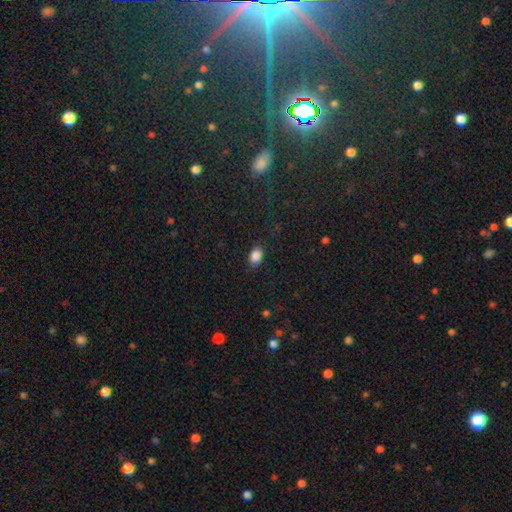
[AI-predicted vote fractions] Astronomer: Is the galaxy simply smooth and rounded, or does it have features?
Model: smooth — 87%.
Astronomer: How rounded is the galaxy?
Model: in between — 83%.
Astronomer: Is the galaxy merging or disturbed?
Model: none — 84%.